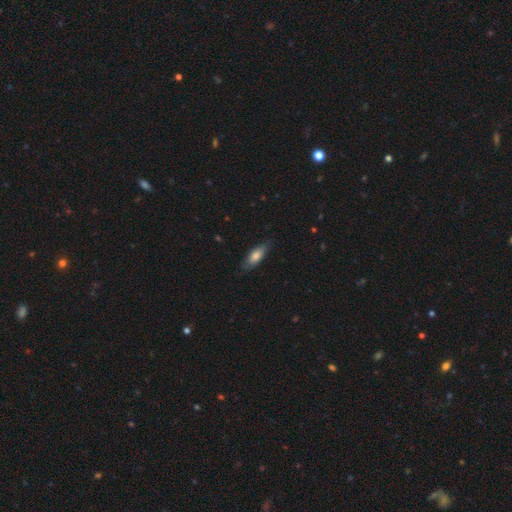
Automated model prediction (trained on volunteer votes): This appears to be a smooth galaxy with no disk features (73%) that is in between round and cigar-shaped (69%). Merging: none (78%).